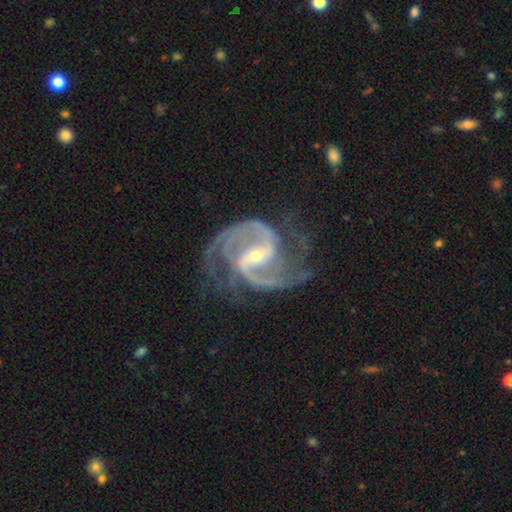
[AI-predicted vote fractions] Morphology: type=featured or disk (93%); edge-on=no (98%); bar=strong (49%); spiral arms=yes (99%); winding=medium (62%); arm count=2 (84%); bulge=small (67%); merging=none (68%).